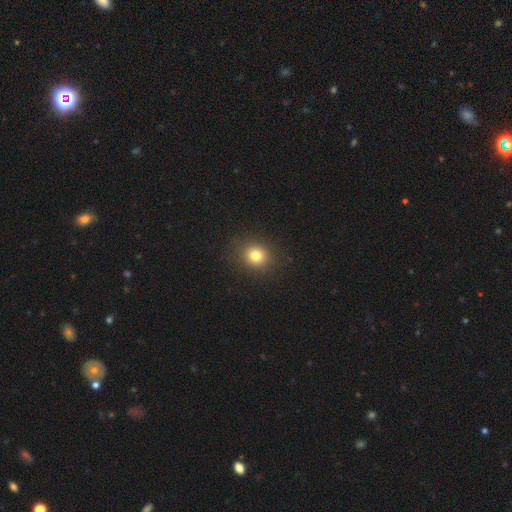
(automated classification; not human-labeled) Smooth or featured: smooth — 80% (star or artifact — 13%)
How rounded: round — 81% (in between — 18%)
Merging: none — 89% (minor disturbance — 7%)